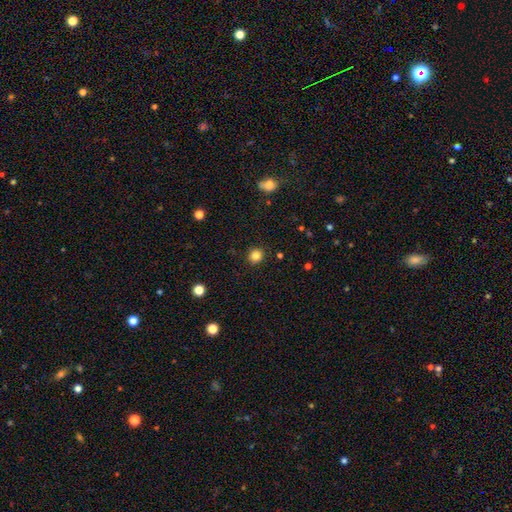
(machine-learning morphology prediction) type=smooth (83%); roundness=round (88%); merging=none (91%).